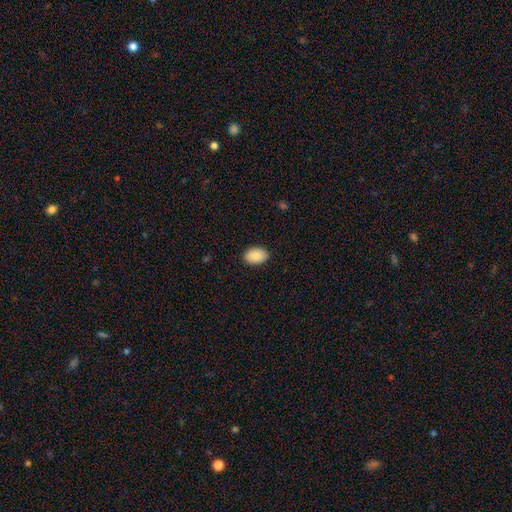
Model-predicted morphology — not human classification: Smooth or featured? Predicted: smooth (p=0.89). How rounded? Predicted: in between (p=0.89). Merging? Predicted: none (p=0.89).